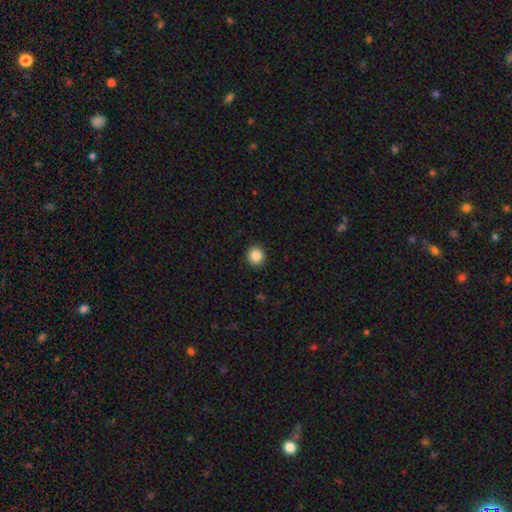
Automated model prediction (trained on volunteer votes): This is clearly a smooth galaxy (87%). How rounded: clearly round (89%). Merging: clearly none (92%).